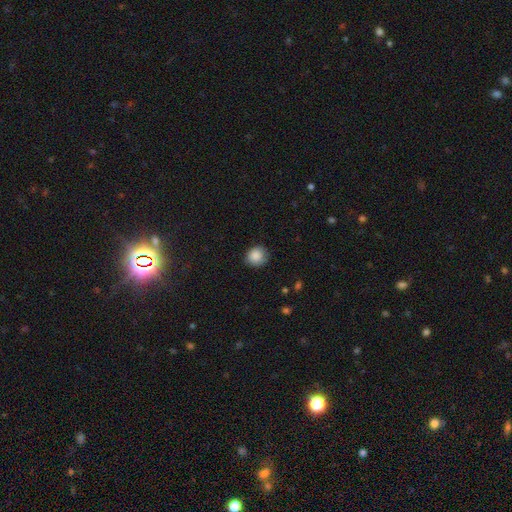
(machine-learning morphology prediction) Smooth or featured? smooth (87%)
How rounded? round (82%)
Merging? none (80%)